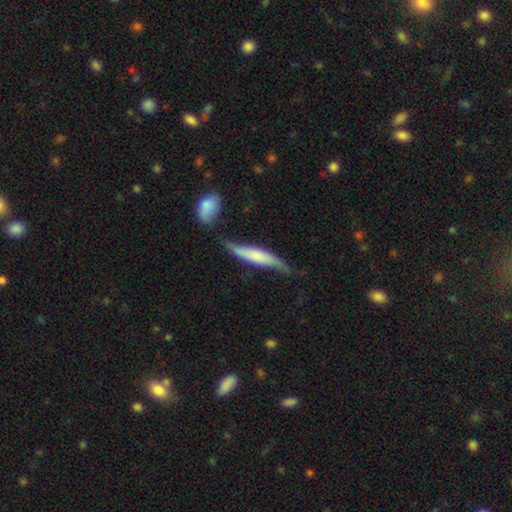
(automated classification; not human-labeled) smooth-or-featured: smooth: 48% | featured or disk: 47% | star or artifact: 6%
  merging: none: 50% | minor disturbance: 31% | major disturbance: 11% | merger: 9%